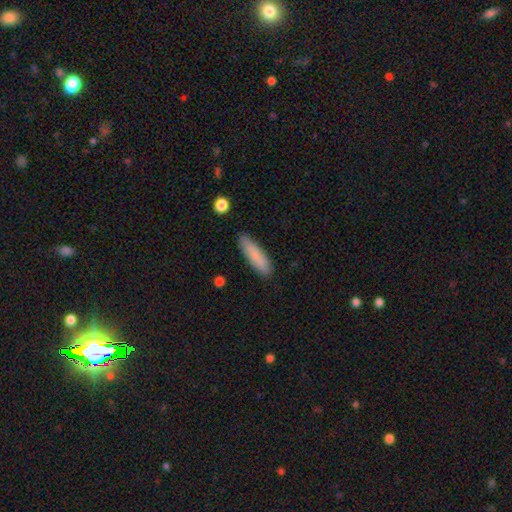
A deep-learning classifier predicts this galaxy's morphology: Q: Smooth or featured?
A: smooth (83%); runner-up: featured or disk (11%)
Q: How rounded?
A: cigar-shaped (69%); runner-up: in between (30%)
Q: Merging?
A: none (86%); runner-up: minor disturbance (10%)